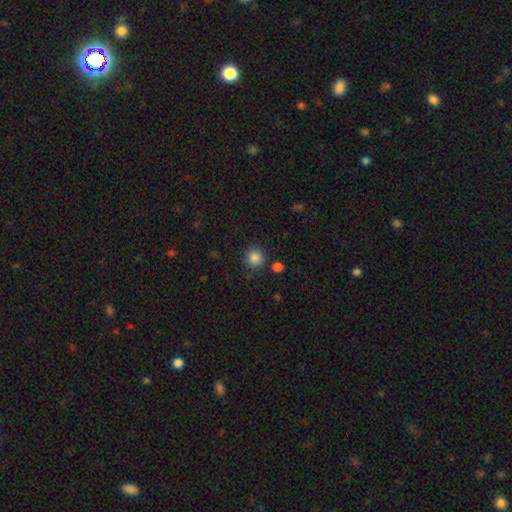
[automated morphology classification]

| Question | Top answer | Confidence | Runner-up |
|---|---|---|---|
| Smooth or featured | smooth | 85% | star or artifact (11%) |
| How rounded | round | 92% | in between (7%) |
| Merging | none | 86% | minor disturbance (7%) |